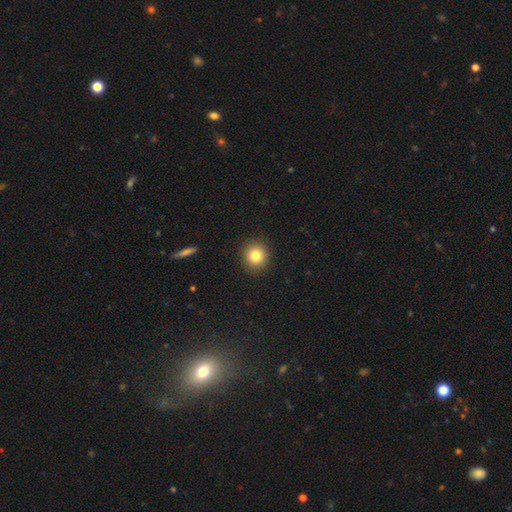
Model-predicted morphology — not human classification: smooth 82%, star or artifact 11%, featured or disk 7%. Down the decision tree: how rounded — round (90%); merging — none (91%).